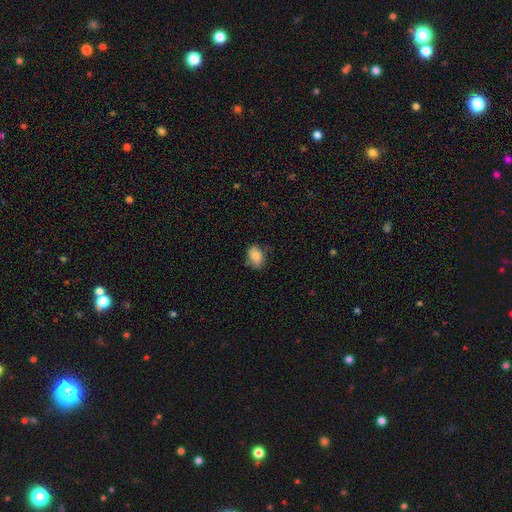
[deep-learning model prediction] Smooth or featured: smooth — 83% (featured or disk — 10%)
How rounded: in between — 82% (round — 17%)
Merging: none — 69% (minor disturbance — 24%)